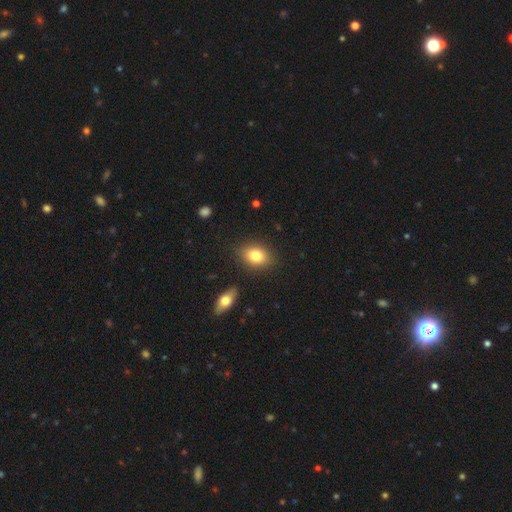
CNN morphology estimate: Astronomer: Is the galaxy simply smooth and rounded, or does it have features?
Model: smooth — 81%.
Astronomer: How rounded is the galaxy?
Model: in between — 74%.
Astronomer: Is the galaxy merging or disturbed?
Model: none — 85%.